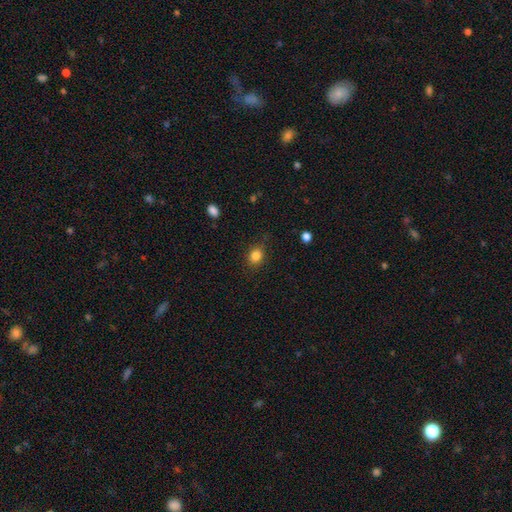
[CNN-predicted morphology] This is clearly a smooth galaxy (84%). How rounded: likely round (61%). Merging: clearly none (82%).